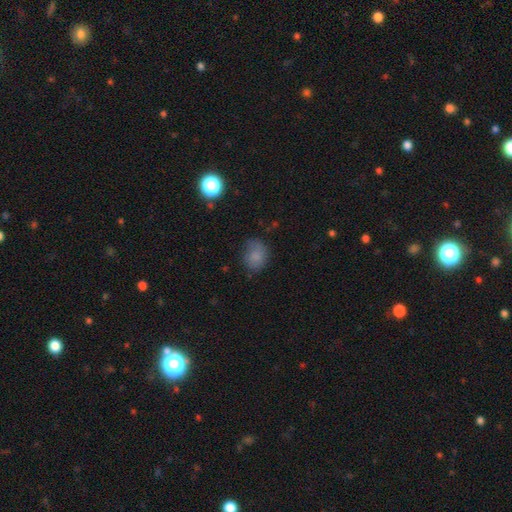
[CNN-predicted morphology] A smooth galaxy with no disk features (78%) that is in between round and cigar-shaped (51%).

Vote fractions:
- Smooth or featured? smooth: 78% / star or artifact: 11% / featured or disk: 10%
- How rounded? in between: 51% / round: 48% / cigar-shaped: 1%
- Merging? none: 57% / minor disturbance: 29% / major disturbance: 12% / merger: 2%